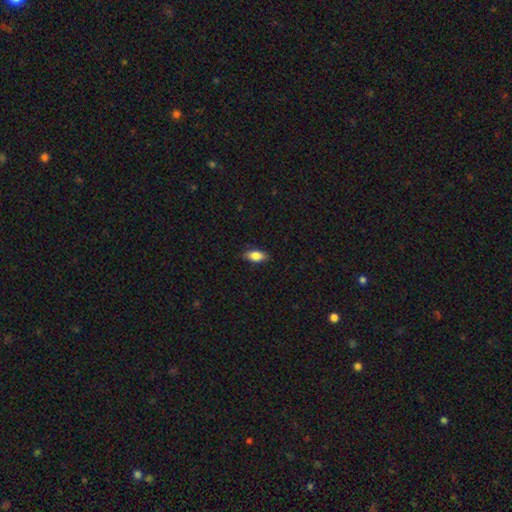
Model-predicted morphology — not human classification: Overall: smooth (82%). How rounded: in between (88%). Merging: none (86%).